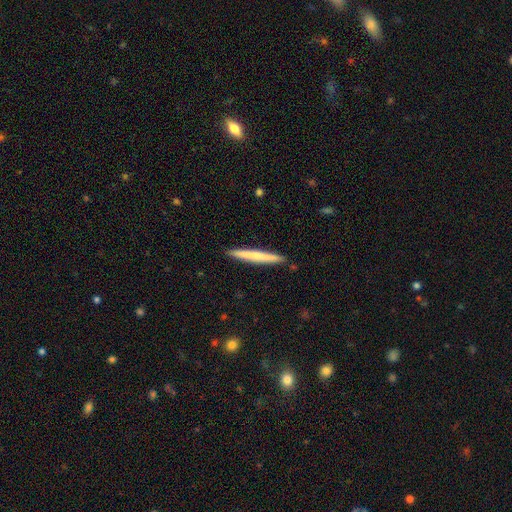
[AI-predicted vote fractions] Overall: smooth (59%; featured or disk 35%). How rounded: cigar-shaped (97%). Merging: none (92%).